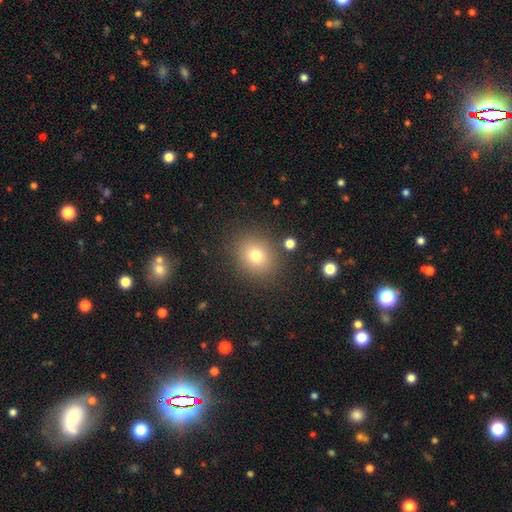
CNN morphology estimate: smooth 76%, star or artifact 14%, featured or disk 10%. Down the decision tree: how rounded — round (69%); merging — none (86%).